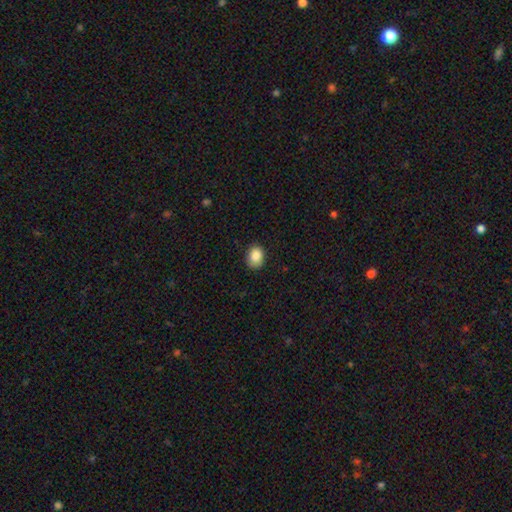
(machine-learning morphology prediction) type=smooth (87%); roundness=in between (66%); merging=none (84%).